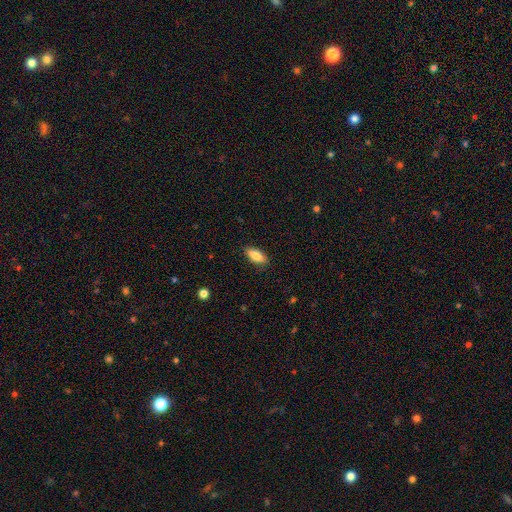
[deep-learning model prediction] This appears to be a smooth galaxy with no disk features (81%) that is in between round and cigar-shaped (78%). Merging: none (87%).